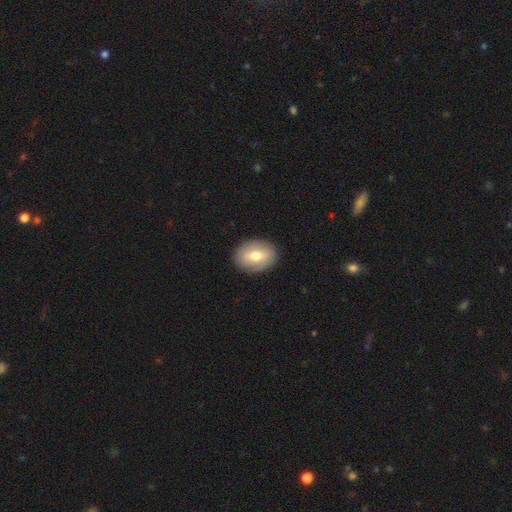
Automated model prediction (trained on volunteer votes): A smooth galaxy with no disk features (58%) that is in between round and cigar-shaped (65%).

Vote fractions:
- Smooth or featured? smooth: 58% / featured or disk: 35% / star or artifact: 7%
- How rounded? in between: 65% / round: 34% / cigar-shaped: 1%
- Merging? none: 89% / minor disturbance: 8% / major disturbance: 2% / merger: 1%